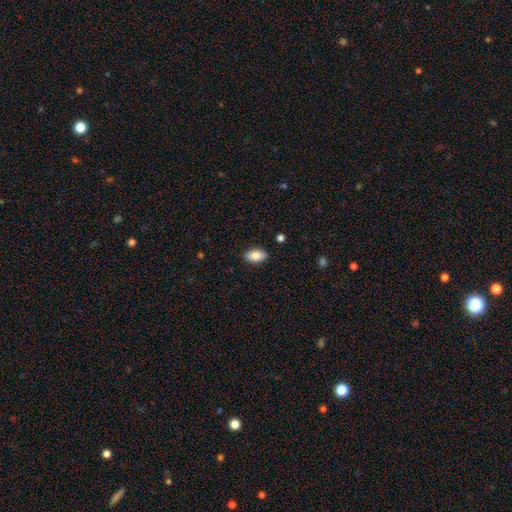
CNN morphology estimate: Smooth or featured?
  - smooth: 85% *
  - featured or disk: 8%
  - star or artifact: 7%
How rounded?
  - in between: 92% *
  - round: 5%
  - cigar-shaped: 3%
Merging?
  - none: 87% *
  - minor disturbance: 9%
  - major disturbance: 2%
  - merger: 1%